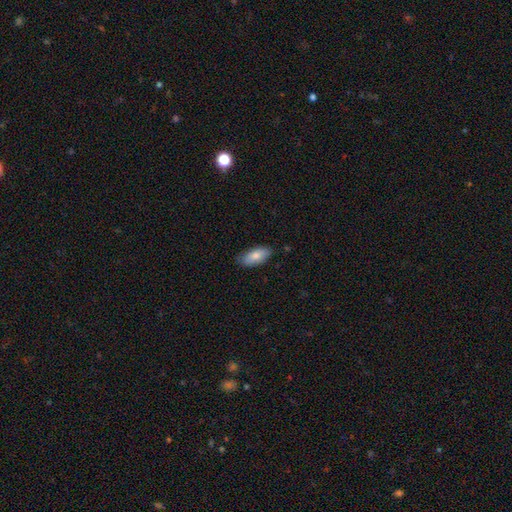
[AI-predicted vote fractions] smooth-or-featured: smooth: 80% | featured or disk: 14% | star or artifact: 6%
  how-rounded: in between: 89% | cigar-shaped: 9% | round: 2%
  merging: none: 80% | minor disturbance: 16% | major disturbance: 2% | merger: 1%